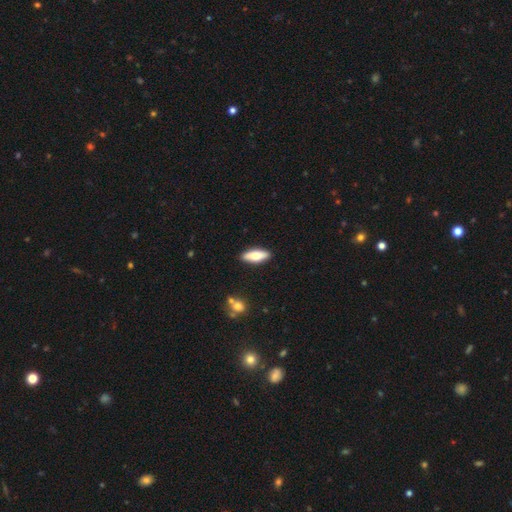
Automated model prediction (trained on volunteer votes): Overall: smooth (74%). How rounded: in between (62%; cigar-shaped 36%). Merging: none (88%).